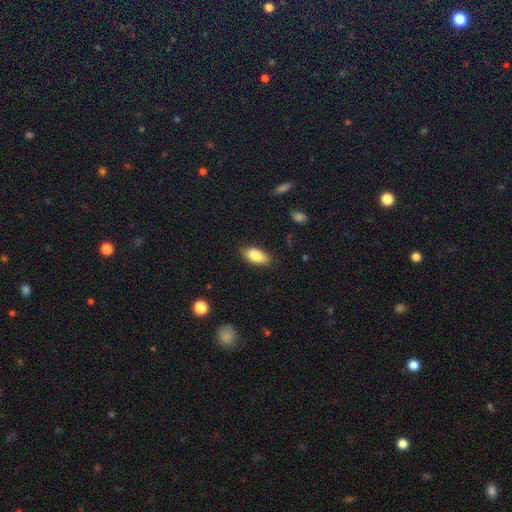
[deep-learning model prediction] Smooth or featured: smooth — 86% (featured or disk — 7%)
How rounded: in between — 91% (cigar-shaped — 7%)
Merging: none — 84% (minor disturbance — 12%)